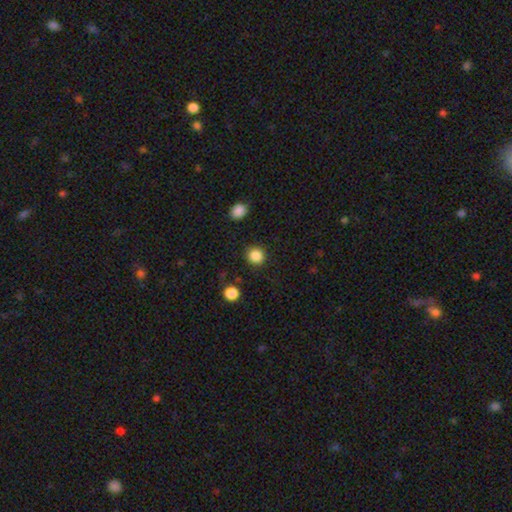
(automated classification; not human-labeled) smooth-or-featured: smooth: 86% | star or artifact: 11% | featured or disk: 3%
  how-rounded: round: 89% | in between: 10% | cigar-shaped: 1%
  merging: none: 89% | minor disturbance: 7% | major disturbance: 3% | merger: 2%